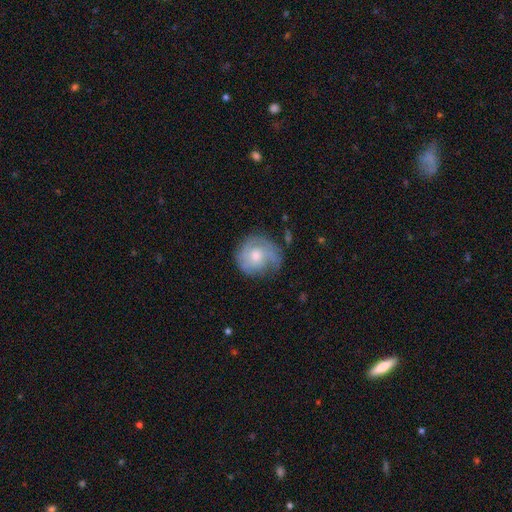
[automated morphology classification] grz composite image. It shows a featured or disk galaxy (62%) with no bar (73%), tight (53%) spiral arms (84%) and a moderate central bulge (63%). Merging: none (64%).